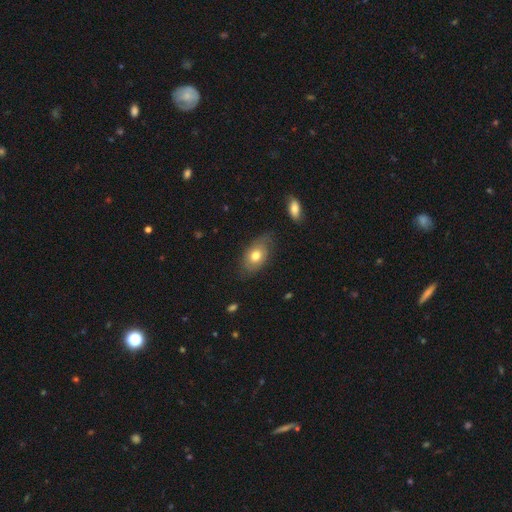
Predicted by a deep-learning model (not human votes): Smooth or featured? Predicted: smooth (p=0.56). How rounded? Predicted: in between (p=0.85). Merging? Predicted: none (p=0.66).